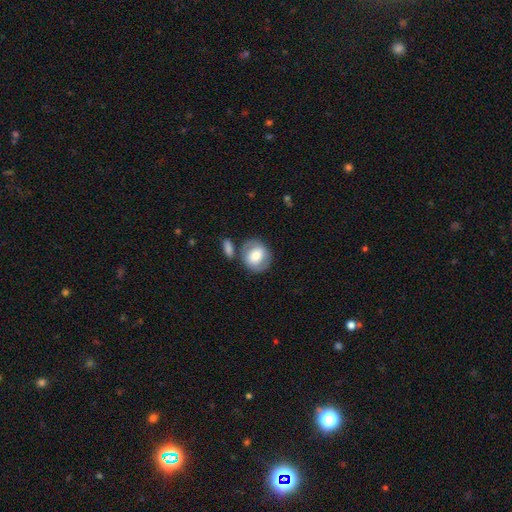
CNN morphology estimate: smooth-or-featured: smooth: 60% | featured or disk: 33% | star or artifact: 7%
  how-rounded: round: 66% | in between: 32% | cigar-shaped: 1%
  merging: none: 67% | minor disturbance: 14% | merger: 14% | major disturbance: 6%